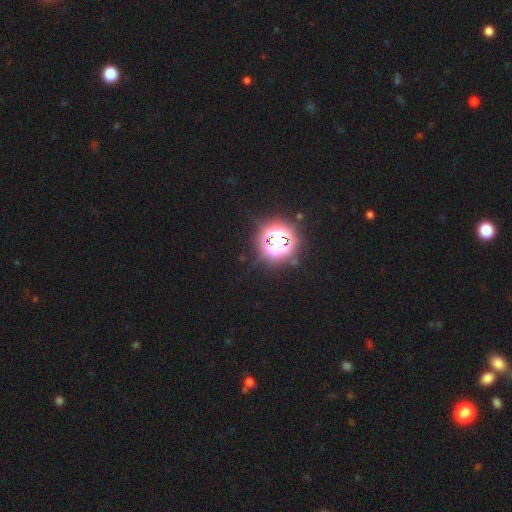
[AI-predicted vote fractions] smooth_or_featured: star or artifact (p=0.83) [alt: smooth p=0.11]